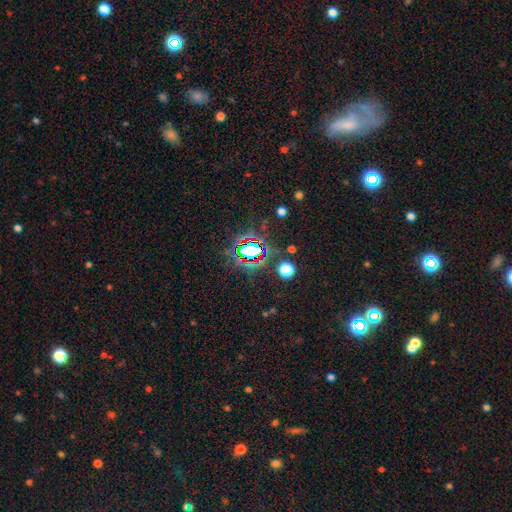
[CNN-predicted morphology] star or artifact 75%, smooth 16%, featured or disk 10%.